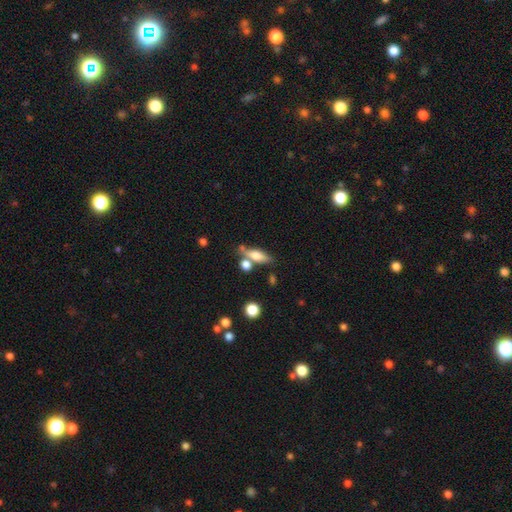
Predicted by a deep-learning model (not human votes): Smooth or featured? Predicted: smooth (p=0.66). How rounded? Predicted: in between (p=0.59). Merging? Predicted: none (p=0.55).